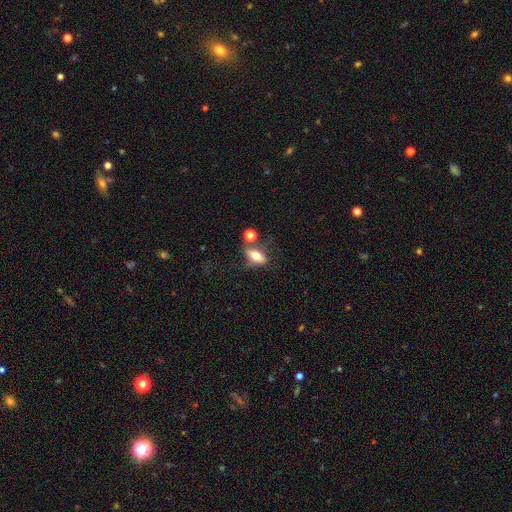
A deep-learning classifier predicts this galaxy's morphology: The model was most divided on "merging": none: 51%, merger: 21%, minor disturbance: 18%, major disturbance: 11%. More confident: how rounded — in between (80%); smooth or featured — smooth (68%).